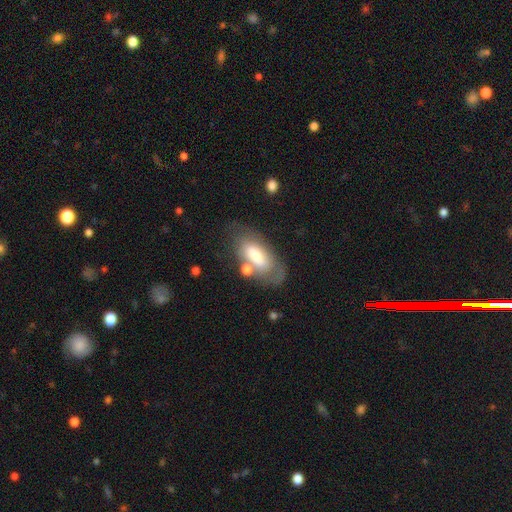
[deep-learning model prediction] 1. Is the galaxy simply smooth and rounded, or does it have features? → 59% smooth, 34% featured or disk, 7% star or artifact.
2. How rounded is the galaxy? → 87% in between, 10% cigar-shaped, 3% round.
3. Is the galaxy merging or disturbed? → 56% none, 21% minor disturbance, 12% major disturbance, 12% merger.